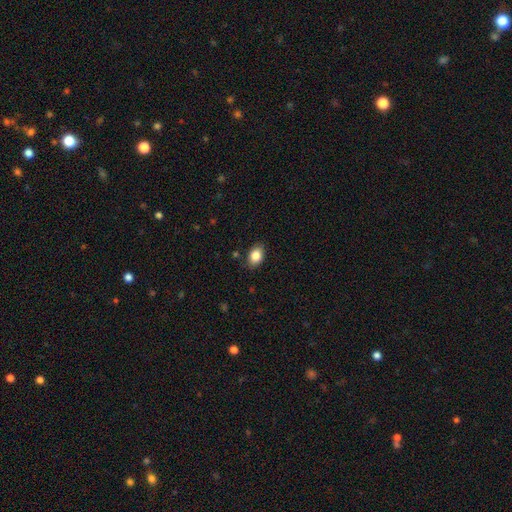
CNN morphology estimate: type=smooth (85%); roundness=in between (80%); merging=none (85%).